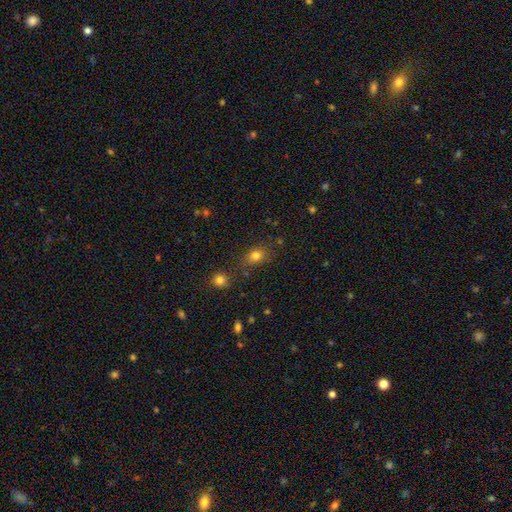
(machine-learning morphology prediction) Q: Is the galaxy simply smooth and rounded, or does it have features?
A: smooth — 79%.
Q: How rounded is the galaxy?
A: in between — 53%.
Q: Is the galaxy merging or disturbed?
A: none — 70%.